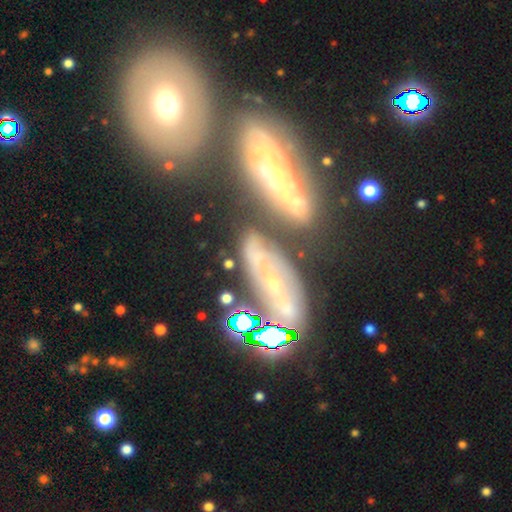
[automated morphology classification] Smooth or featured: featured or disk — 56% (smooth — 28%)
Edge-on disk: no — 73% (yes — 27%)
Merging: none — 52% (minor disturbance — 21%)